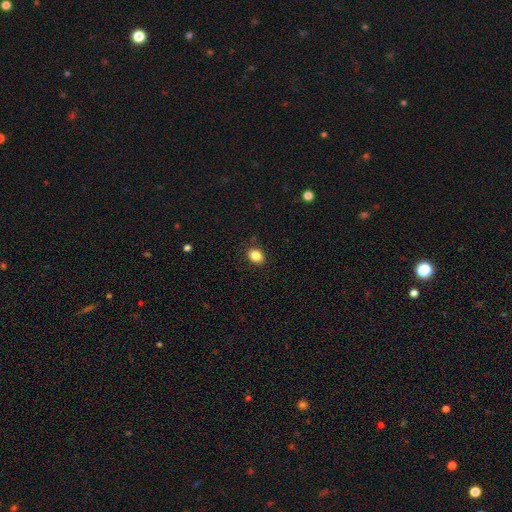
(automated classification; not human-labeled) A smooth galaxy with no disk features (85%) that is in between round and cigar-shaped (55%). Merging: none (89%).